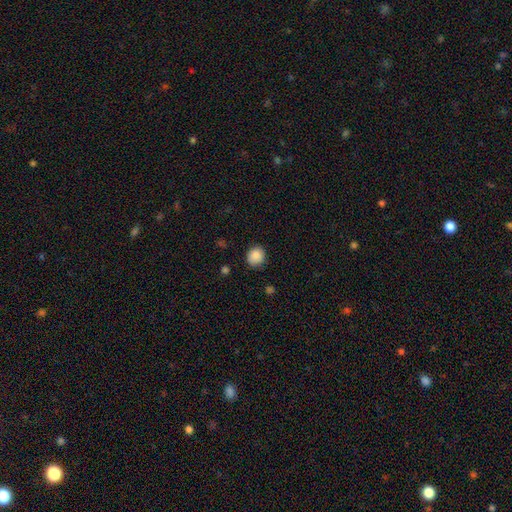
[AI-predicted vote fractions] Smooth or featured?
  - smooth: 88% *
  - star or artifact: 8%
  - featured or disk: 4%
How rounded?
  - round: 81% *
  - in between: 18%
  - cigar-shaped: 1%
Merging?
  - none: 82% *
  - minor disturbance: 14%
  - major disturbance: 3%
  - merger: 1%